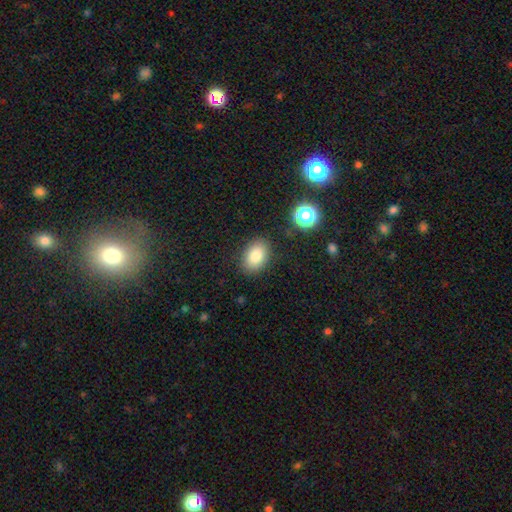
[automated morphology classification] smooth 84%, star or artifact 9%, featured or disk 7%. Down the decision tree: how rounded — in between (83%); merging — none (85%).